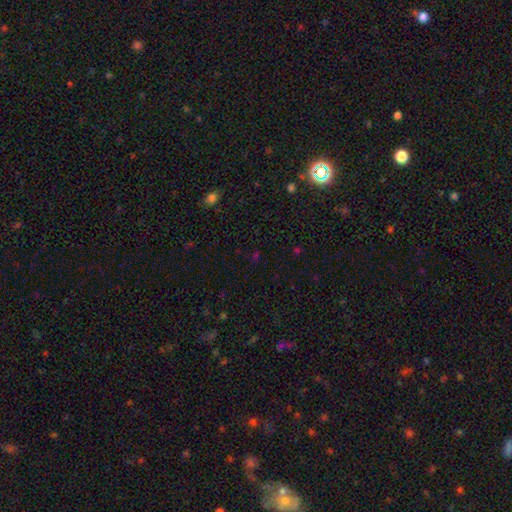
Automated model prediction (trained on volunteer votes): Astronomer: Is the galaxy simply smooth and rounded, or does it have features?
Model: star or artifact — 60%.